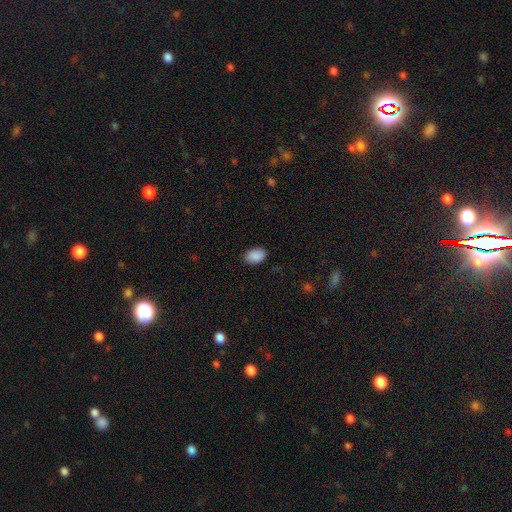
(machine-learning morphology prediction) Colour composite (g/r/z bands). It shows a smooth galaxy with no disk features (90%) that is in between round and cigar-shaped (87%). Merging: none (86%).